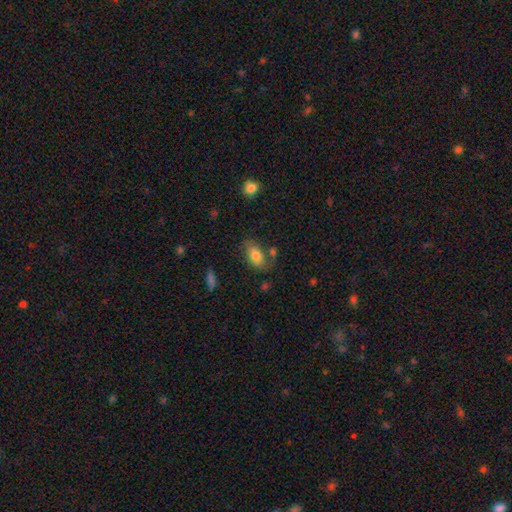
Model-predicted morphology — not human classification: Smooth or featured?
  - smooth: 73% *
  - featured or disk: 19%
  - star or artifact: 8%
How rounded?
  - in between: 90% *
  - round: 6%
  - cigar-shaped: 4%
Merging?
  - none: 64% *
  - minor disturbance: 20%
  - merger: 9%
  - major disturbance: 7%